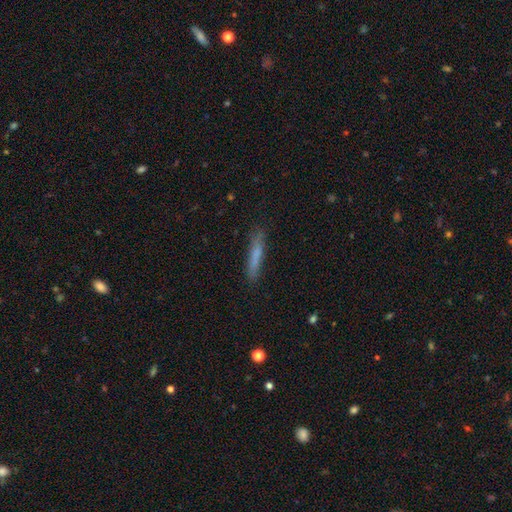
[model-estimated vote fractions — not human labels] Smooth or featured: smooth — 69% (featured or disk — 23%)
How rounded: cigar-shaped — 93% (in between — 5%)
Merging: none — 84% (minor disturbance — 12%)